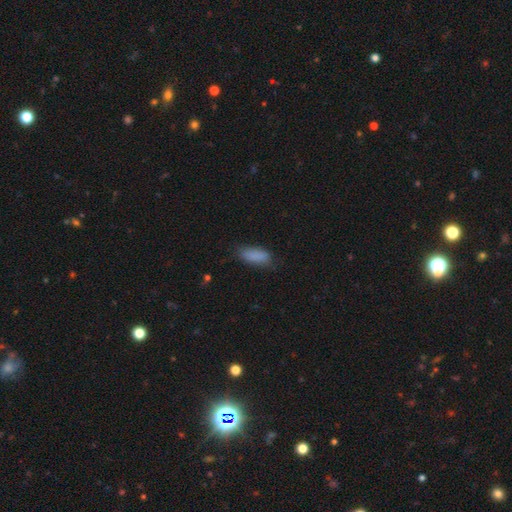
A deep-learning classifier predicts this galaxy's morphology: Smooth or featured?
  - smooth: 86% *
  - star or artifact: 8%
  - featured or disk: 6%
How rounded?
  - in between: 73% *
  - cigar-shaped: 25%
  - round: 2%
Merging?
  - none: 74% *
  - minor disturbance: 20%
  - major disturbance: 5%
  - merger: 1%